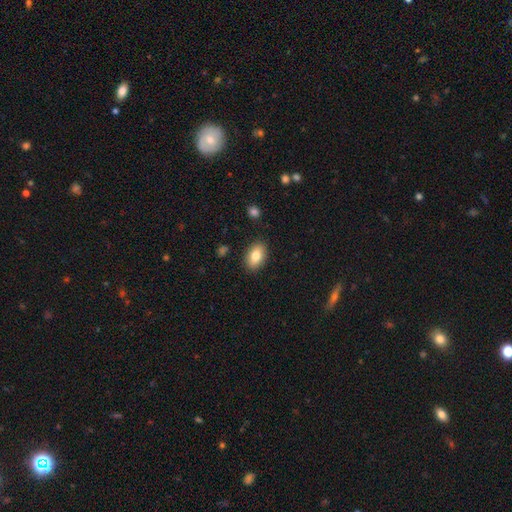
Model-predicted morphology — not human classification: Smooth or featured: smooth — 79% (featured or disk — 13%)
How rounded: in between — 88% (round — 10%)
Merging: none — 88% (minor disturbance — 9%)